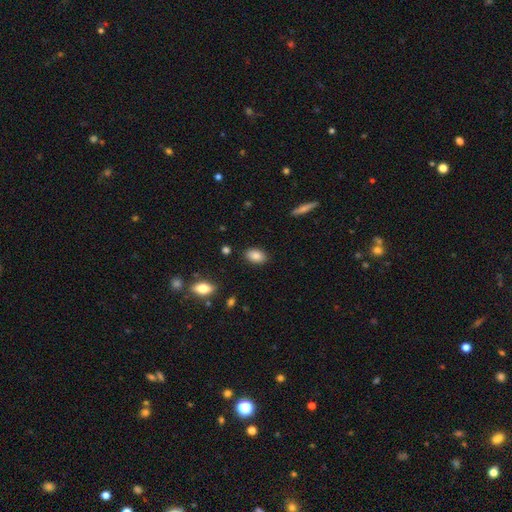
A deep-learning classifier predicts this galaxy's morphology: The model was most divided on "smooth or featured": smooth: 86%, star or artifact: 8%, featured or disk: 7%. More confident: how rounded — in between (89%); merging — none (87%).